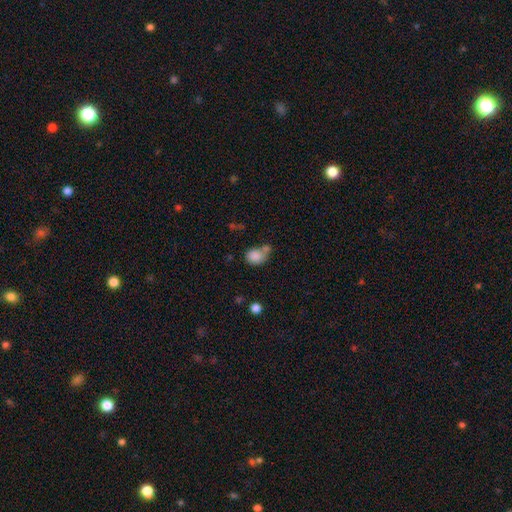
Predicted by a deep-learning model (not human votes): smooth_or_featured: smooth (p=0.84) [alt: star or artifact p=0.09]
how_rounded: round (p=0.51) [alt: in between p=0.48]
merging: none (p=0.41) [alt: merger p=0.36]